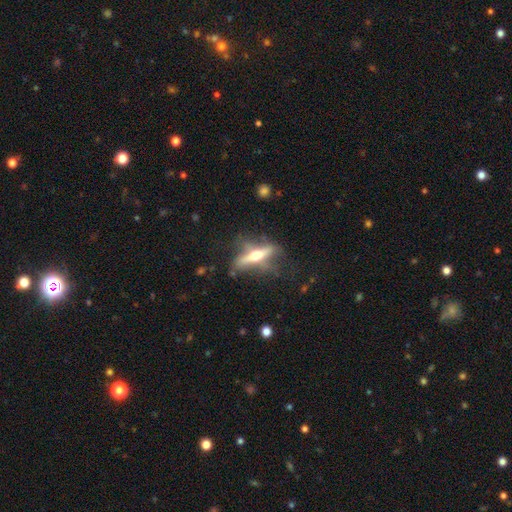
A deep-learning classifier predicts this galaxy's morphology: smooth_or_featured: featured or disk (p=0.65) [alt: smooth p=0.28]
disk_edge_on: yes (p=0.86) [alt: no p=0.14]
edge_on_bulge: rounded (p=0.92) [alt: none p=0.04]
merging: none (p=0.64) [alt: minor disturbance p=0.20]